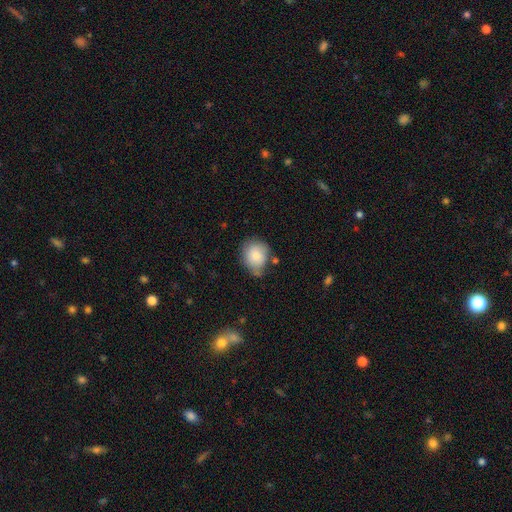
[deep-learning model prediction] Overall: smooth (81%). How rounded: round (58%; in between 41%). Merging: none (55%; minor disturbance 31%).